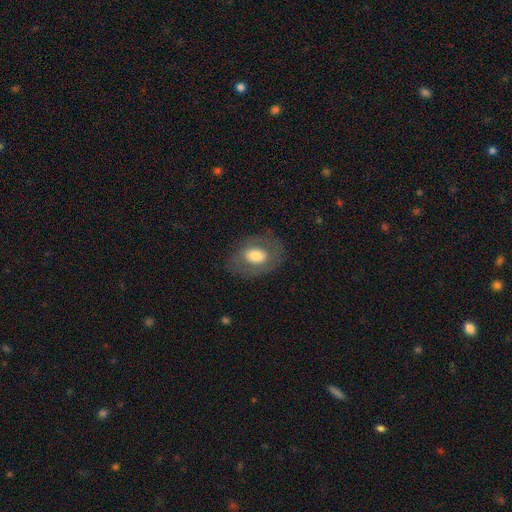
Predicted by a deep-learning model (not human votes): Smooth or featured?
  - smooth: 60% *
  - featured or disk: 32%
  - star or artifact: 8%
How rounded?
  - in between: 74% *
  - round: 24%
  - cigar-shaped: 1%
Merging?
  - none: 76% *
  - minor disturbance: 14%
  - major disturbance: 9%
  - merger: 1%